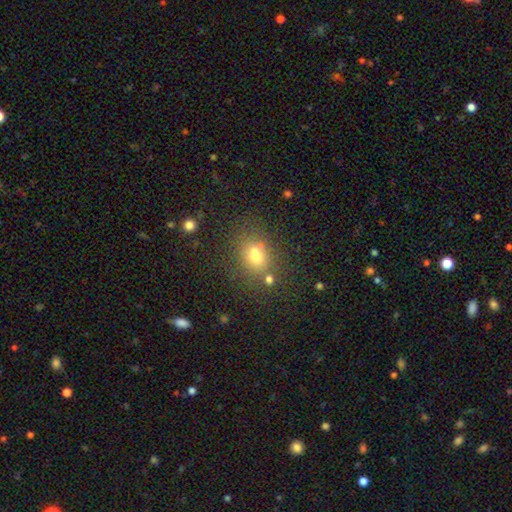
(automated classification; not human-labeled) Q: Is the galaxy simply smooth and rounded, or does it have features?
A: smooth — 67%.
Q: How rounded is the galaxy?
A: round — 60%.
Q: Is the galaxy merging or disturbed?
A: none — 62%.